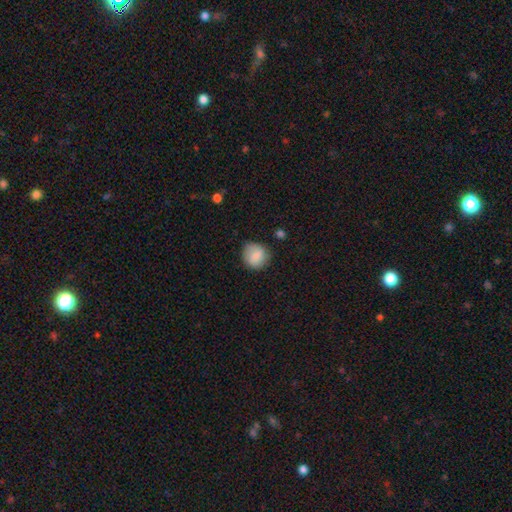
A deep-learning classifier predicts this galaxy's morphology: smooth 84%, featured or disk 8%, star or artifact 8%. Down the decision tree: how rounded — round (84%); merging — none (75%).